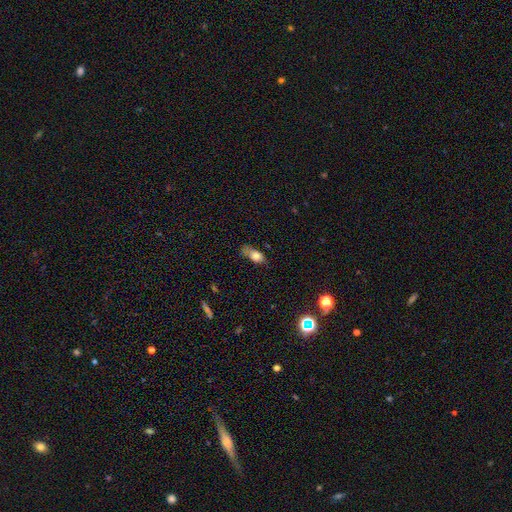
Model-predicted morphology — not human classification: smooth 74%, featured or disk 16%, star or artifact 9%. Down the decision tree: how rounded — in between (81%); merging — none (41%).